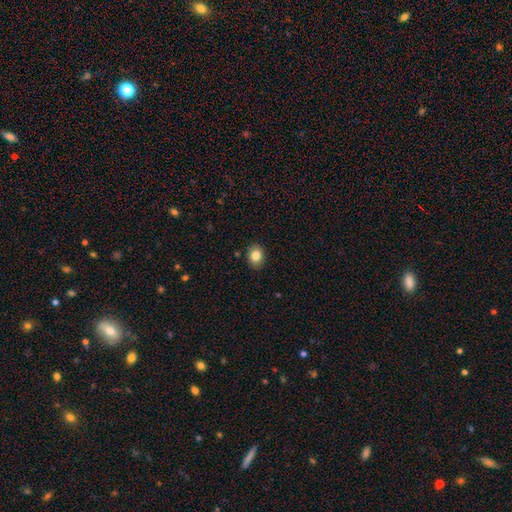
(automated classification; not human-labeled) This is clearly a smooth galaxy (84%). How rounded: possibly in between (53%). Merging: clearly none (89%).